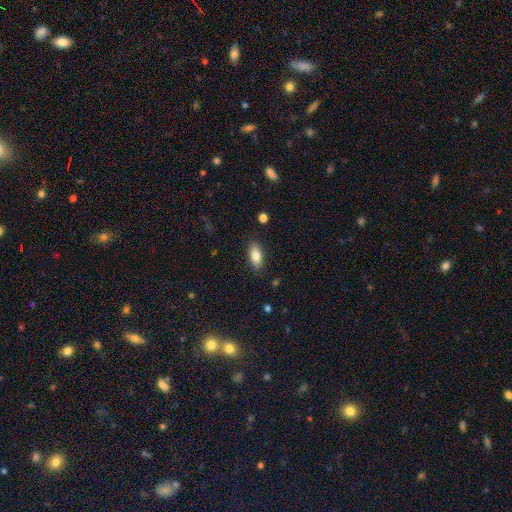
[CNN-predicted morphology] smooth-or-featured: smooth: 82% | featured or disk: 11% | star or artifact: 7%
  how-rounded: in between: 87% | cigar-shaped: 9% | round: 3%
  merging: none: 86% | minor disturbance: 10% | major disturbance: 3% | merger: 1%